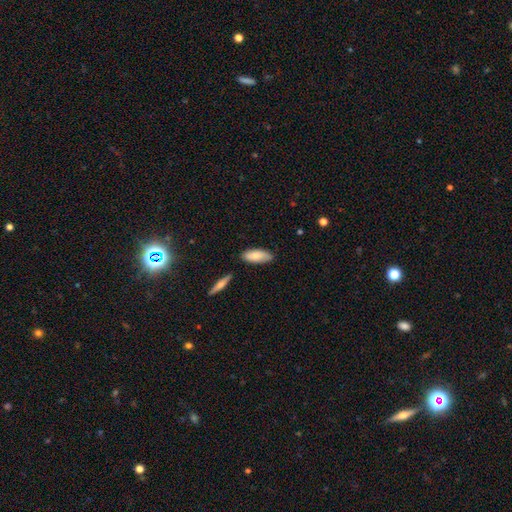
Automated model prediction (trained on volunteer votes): smooth 81%, featured or disk 13%, star or artifact 6%. Down the decision tree: how rounded — in between (73%); merging — none (80%).